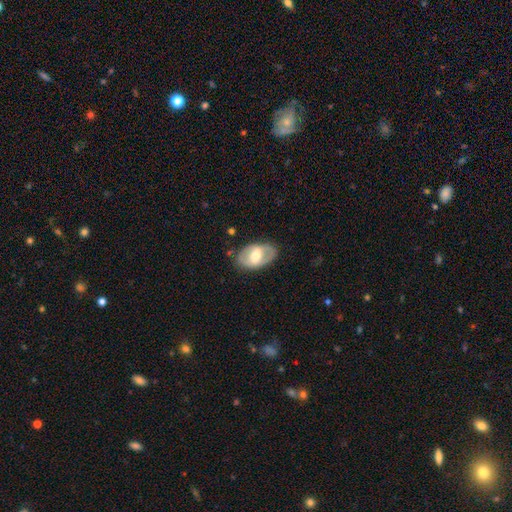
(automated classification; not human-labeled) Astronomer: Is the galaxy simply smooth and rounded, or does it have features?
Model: featured or disk — 56% (runner-up: smooth, 38%).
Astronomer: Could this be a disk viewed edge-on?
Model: no — 91%.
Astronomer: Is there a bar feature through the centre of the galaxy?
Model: strong — 42% (runner-up: weak, 38%).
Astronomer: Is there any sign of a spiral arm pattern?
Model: no — 67%.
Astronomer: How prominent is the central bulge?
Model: moderate — 64%.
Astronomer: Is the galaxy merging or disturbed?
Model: none — 78%.